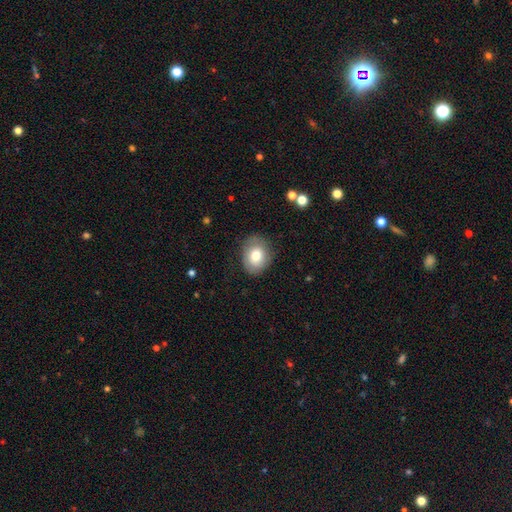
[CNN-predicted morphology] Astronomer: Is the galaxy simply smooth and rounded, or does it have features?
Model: smooth — 76%.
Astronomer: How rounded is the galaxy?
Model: in between — 54% (runner-up: round, 45%).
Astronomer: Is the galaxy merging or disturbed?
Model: none — 79%.